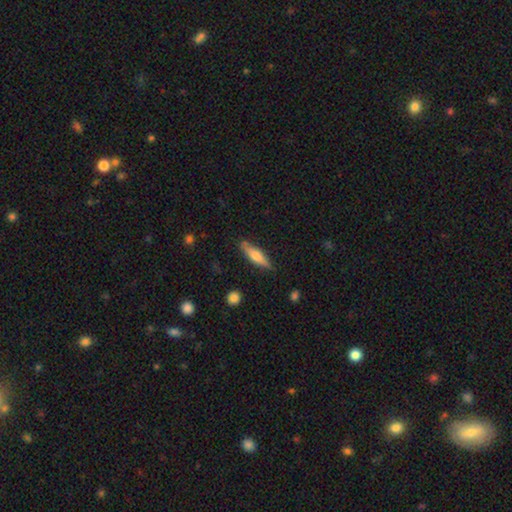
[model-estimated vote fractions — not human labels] A smooth galaxy with no disk features (54%) that is cigar-shaped (69%). Merging: none (82%).